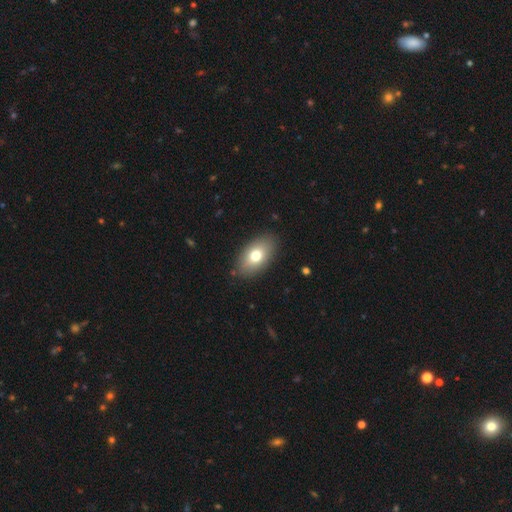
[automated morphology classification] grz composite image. It shows a smooth galaxy with no disk features (73%) that is in between round and cigar-shaped (90%). Merging: none (86%).